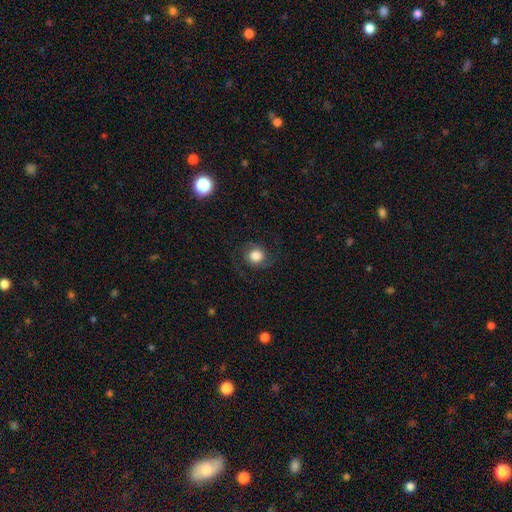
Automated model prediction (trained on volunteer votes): Smooth or featured? featured or disk (49%)
Merging? none (75%)